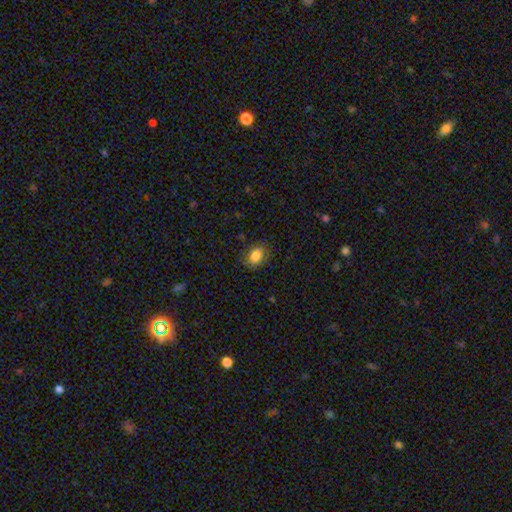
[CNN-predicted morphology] type=smooth (83%); roundness=in between (79%); merging=none (80%).